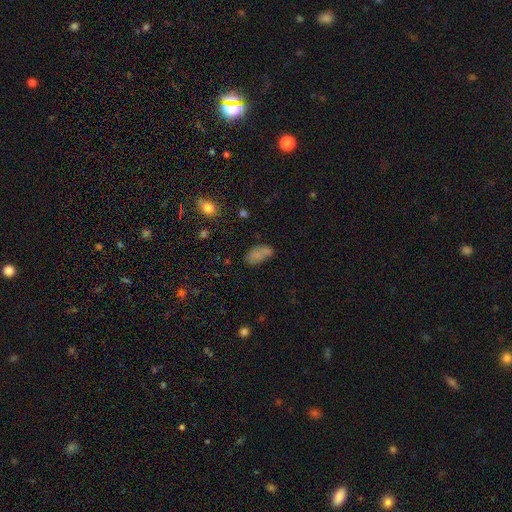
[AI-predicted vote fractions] Morphology: type=smooth (69%); roundness=in between (88%); merging=none (56%).